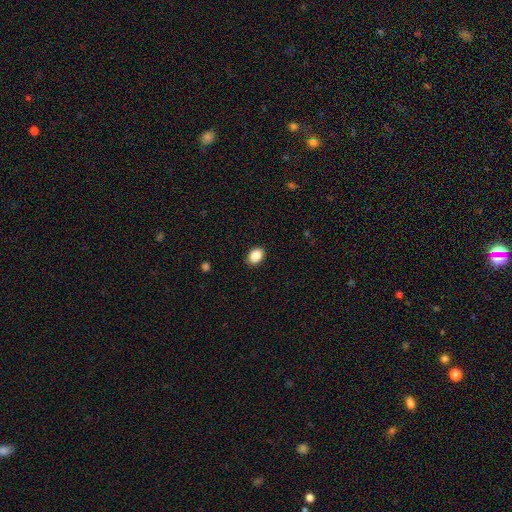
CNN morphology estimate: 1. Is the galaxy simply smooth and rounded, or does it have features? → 88% smooth, 8% star or artifact, 4% featured or disk.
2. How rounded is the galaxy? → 76% in between, 23% round, 1% cigar-shaped.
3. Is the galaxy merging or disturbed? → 90% none, 7% minor disturbance, 2% major disturbance, 1% merger.